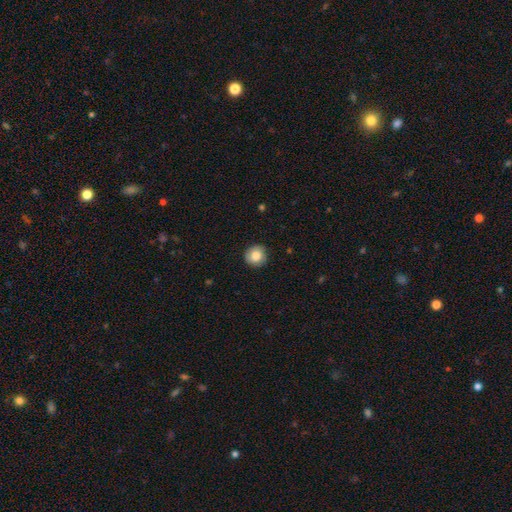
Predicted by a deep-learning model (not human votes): Overall: smooth (81%). How rounded: round (91%). Merging: none (86%).